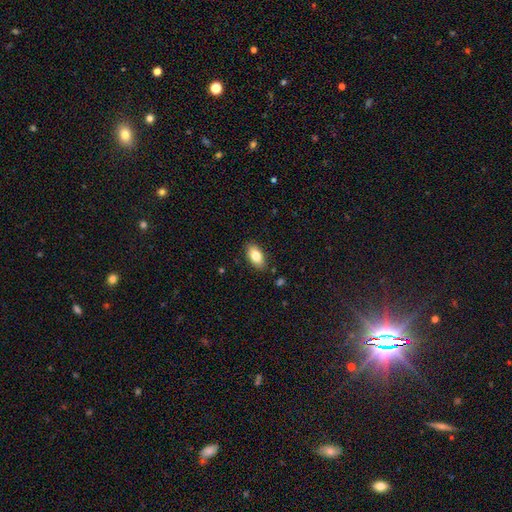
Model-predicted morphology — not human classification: A smooth galaxy with no disk features (83%) that is in between round and cigar-shaped (92%). Merging: none (87%).